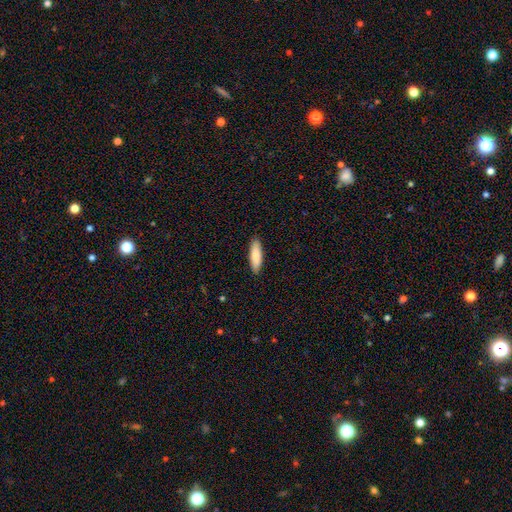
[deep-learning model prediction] This is clearly a smooth galaxy (85%). How rounded: possibly cigar-shaped (56%). Merging: clearly none (90%).